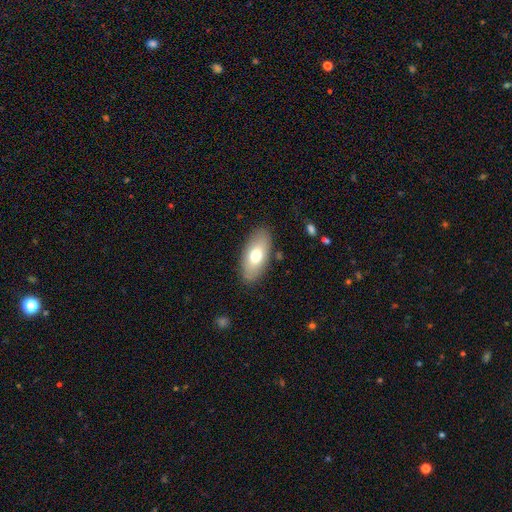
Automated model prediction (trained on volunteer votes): Overall: smooth (69%). How rounded: in between (89%). Merging: none (86%).